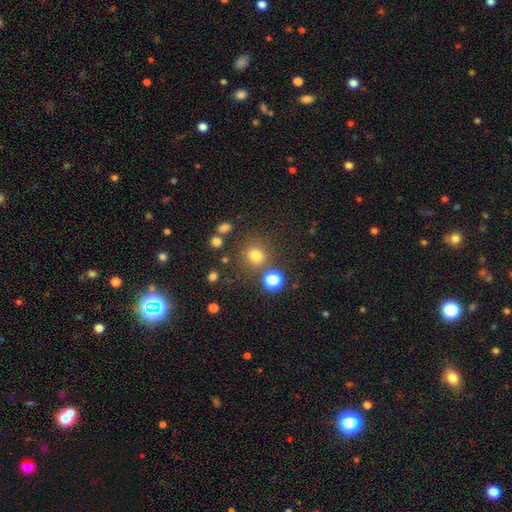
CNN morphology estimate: This appears to be a smooth galaxy with no disk features (75%) that is round (87%). Merging: none (77%).